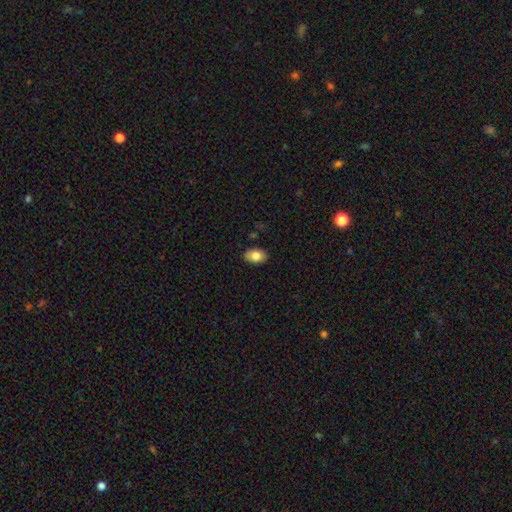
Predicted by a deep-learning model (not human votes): Smooth or featured? Predicted: smooth (p=0.83). How rounded? Predicted: in between (p=0.87). Merging? Predicted: none (p=0.88).